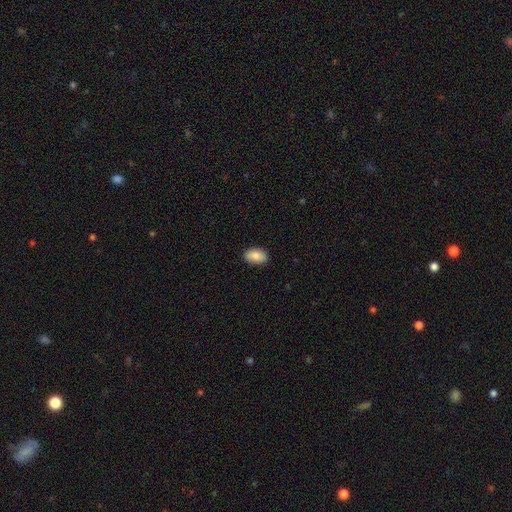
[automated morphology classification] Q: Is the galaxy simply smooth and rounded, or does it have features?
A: smooth — 84%.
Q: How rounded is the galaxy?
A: in between — 90%.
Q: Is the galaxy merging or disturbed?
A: none — 87%.